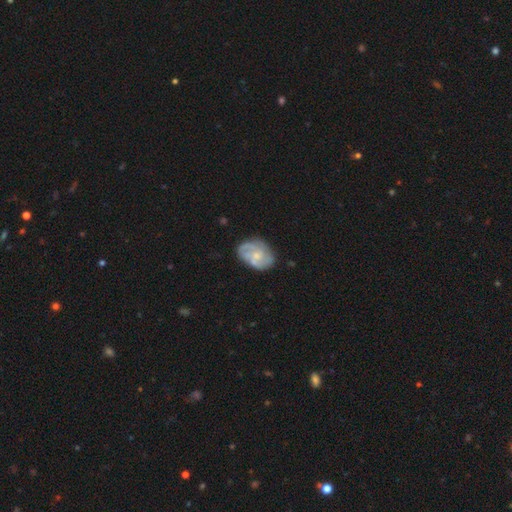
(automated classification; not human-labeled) smooth_or_featured: featured or disk (p=0.67) [alt: smooth p=0.27]
disk_edge_on: no (p=0.97) [alt: yes p=0.03]
bar: no (p=0.68) [alt: weak p=0.28]
has_spiral_arms: yes (p=0.81) [alt: no p=0.19]
spiral_winding: medium (p=0.42) [alt: tight p=0.40]
spiral_arm_count: can't tell (p=0.31) [alt: 2 p=0.27]
bulge_size: small (p=0.52) [alt: moderate p=0.34]
merging: none (p=0.65) [alt: minor disturbance p=0.22]